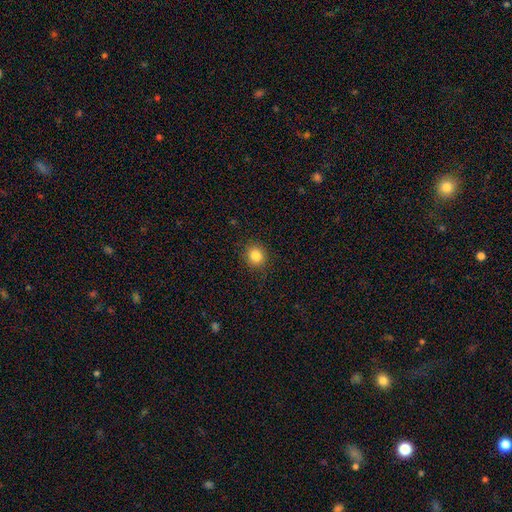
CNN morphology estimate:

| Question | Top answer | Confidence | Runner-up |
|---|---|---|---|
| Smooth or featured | smooth | 84% | star or artifact (11%) |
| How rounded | round | 85% | in between (14%) |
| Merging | none | 89% | minor disturbance (7%) |